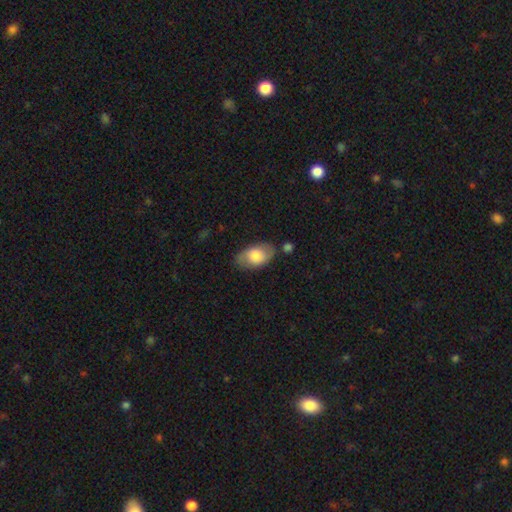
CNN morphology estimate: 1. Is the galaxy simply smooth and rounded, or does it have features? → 69% smooth, 24% featured or disk, 6% star or artifact.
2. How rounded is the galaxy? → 92% in between, 5% round, 2% cigar-shaped.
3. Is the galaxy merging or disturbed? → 69% none, 20% minor disturbance, 6% major disturbance, 5% merger.